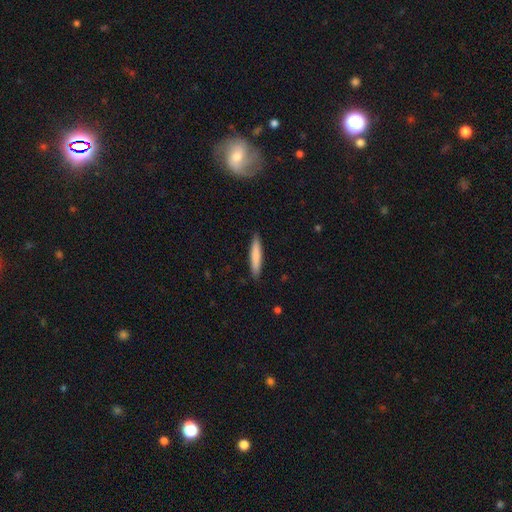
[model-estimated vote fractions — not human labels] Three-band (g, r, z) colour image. It shows a smooth galaxy with no disk features (78%) that is cigar-shaped (92%). Merging: none (89%).